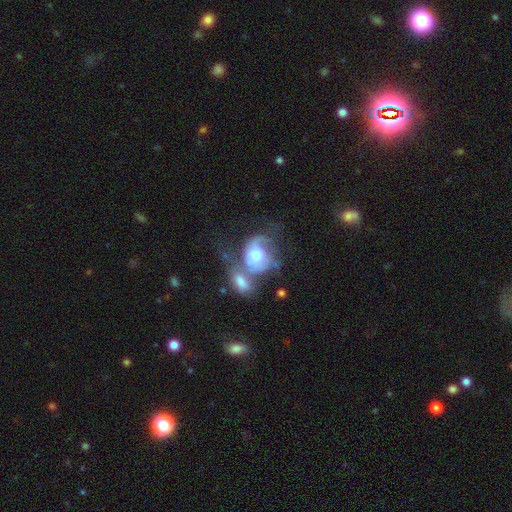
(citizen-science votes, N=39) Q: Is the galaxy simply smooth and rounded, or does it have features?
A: featured or disk — 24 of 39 (62%).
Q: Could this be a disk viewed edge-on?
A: no — 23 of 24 (96%).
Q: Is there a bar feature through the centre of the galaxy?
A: no — 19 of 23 (83%).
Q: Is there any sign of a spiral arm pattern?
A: yes — 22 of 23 (96%).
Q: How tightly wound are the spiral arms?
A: medium — 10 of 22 (45%, tied with loose).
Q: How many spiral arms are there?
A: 2 — 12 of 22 (55%).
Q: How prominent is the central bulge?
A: moderate — 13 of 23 (57%).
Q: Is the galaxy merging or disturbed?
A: merger — 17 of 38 (45%).